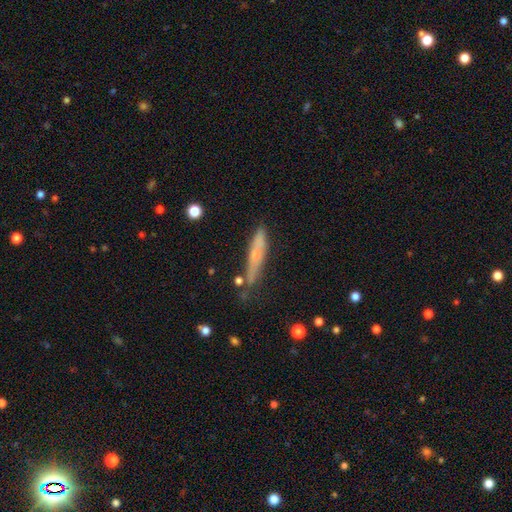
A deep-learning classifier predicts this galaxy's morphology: The model was most divided on "smooth or featured": smooth: 56%, featured or disk: 36%, star or artifact: 8%. More confident: how rounded — cigar-shaped (89%); merging — none (68%).